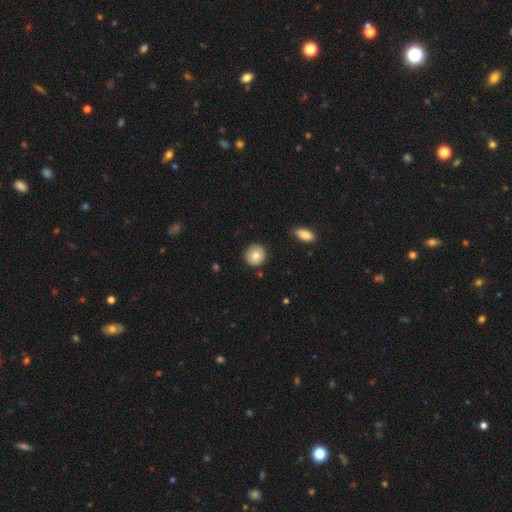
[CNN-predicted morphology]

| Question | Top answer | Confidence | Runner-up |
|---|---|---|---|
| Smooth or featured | smooth | 77% | featured or disk (15%) |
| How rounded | round | 91% | in between (7%) |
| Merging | none | 88% | minor disturbance (8%) |